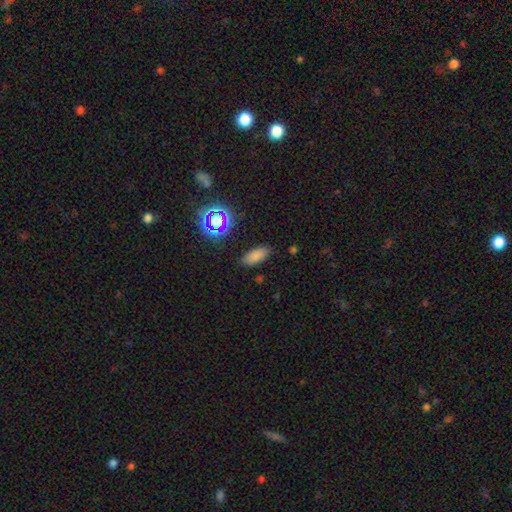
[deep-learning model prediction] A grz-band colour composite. It shows a smooth galaxy with no disk features (77%) that is in between round and cigar-shaped (83%). Merging: none (85%).